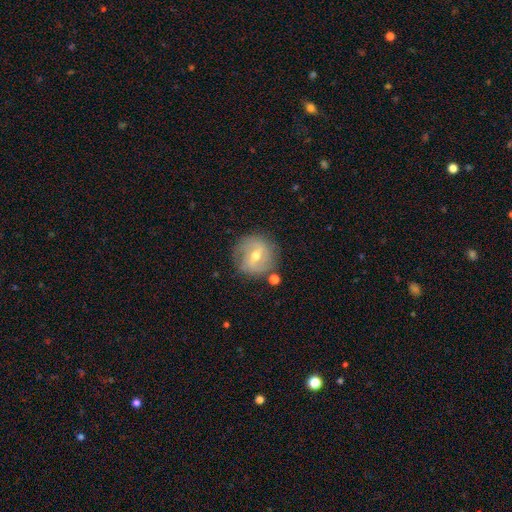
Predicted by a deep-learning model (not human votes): This is likely a featured or disk galaxy (62%). It is clearly not viewed edge-on (96%). Bar: possibly weak (53%). Spiral arm pattern: likely yes (74%). Central bulge: likely moderate (66%). Merging: likely none (77%).